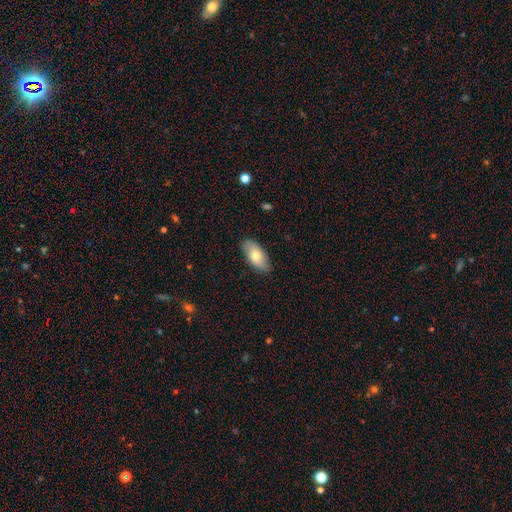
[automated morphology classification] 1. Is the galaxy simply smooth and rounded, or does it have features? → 72% smooth, 22% featured or disk, 6% star or artifact.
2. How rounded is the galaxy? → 92% in between, 5% cigar-shaped, 3% round.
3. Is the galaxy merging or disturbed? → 85% none, 12% minor disturbance, 2% major disturbance, 1% merger.